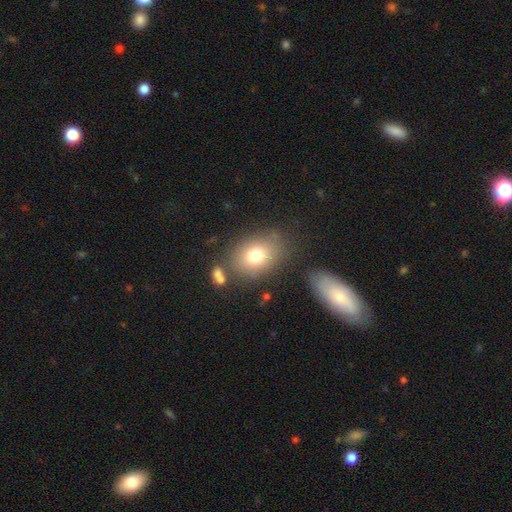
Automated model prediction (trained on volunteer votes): smooth 76%, featured or disk 13%, star or artifact 10%. Down the decision tree: how rounded — in between (71%); merging — none (72%).